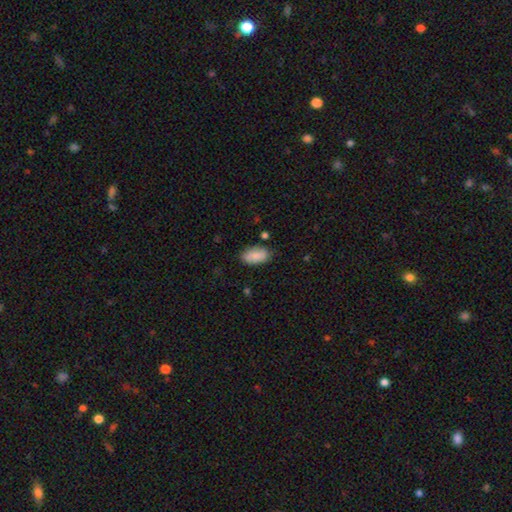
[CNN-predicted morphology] smooth_or_featured: smooth (p=0.86) [alt: featured or disk p=0.07]
how_rounded: in between (p=0.94) [alt: cigar-shaped p=0.03]
merging: none (p=0.81) [alt: minor disturbance p=0.14]